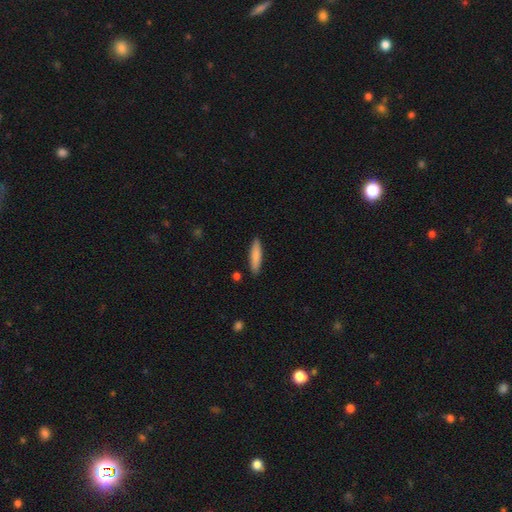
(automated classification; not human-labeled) Smooth or featured? Predicted: smooth (p=0.81). How rounded? Predicted: cigar-shaped (p=0.83). Merging? Predicted: none (p=0.88).